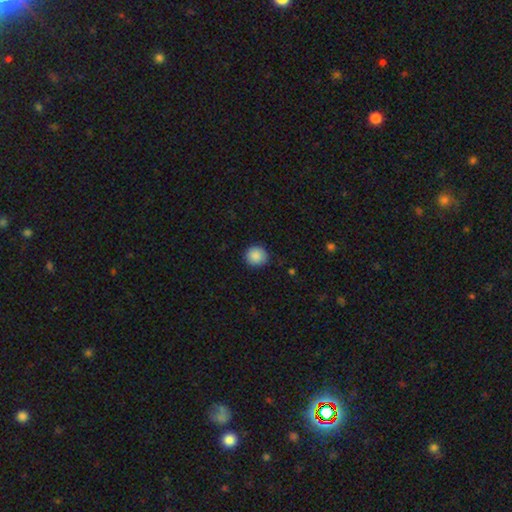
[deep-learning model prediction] smooth 88%, star or artifact 8%, featured or disk 4%. Down the decision tree: how rounded — round (91%); merging — none (88%).